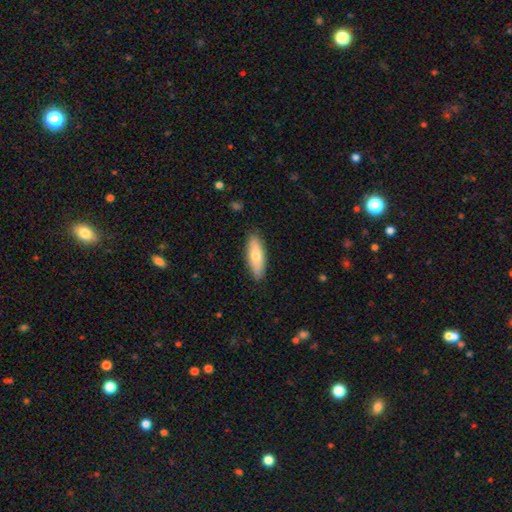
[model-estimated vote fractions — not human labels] The model was most divided on "how rounded": in between: 57%, cigar-shaped: 41%, round: 2%. More confident: merging — none (87%); smooth or featured — smooth (70%).